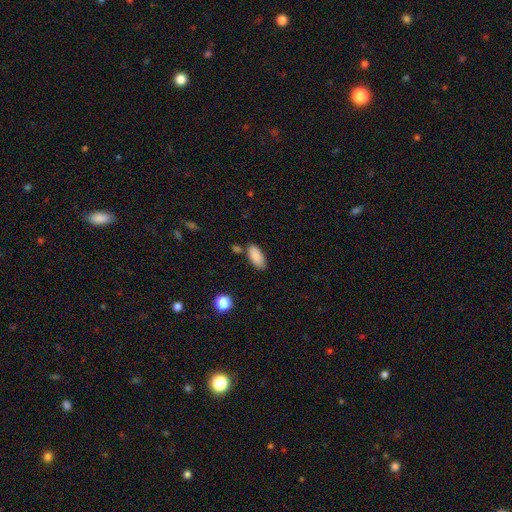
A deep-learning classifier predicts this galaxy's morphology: Overall: smooth (88%). How rounded: in between (89%). Merging: none (73%).